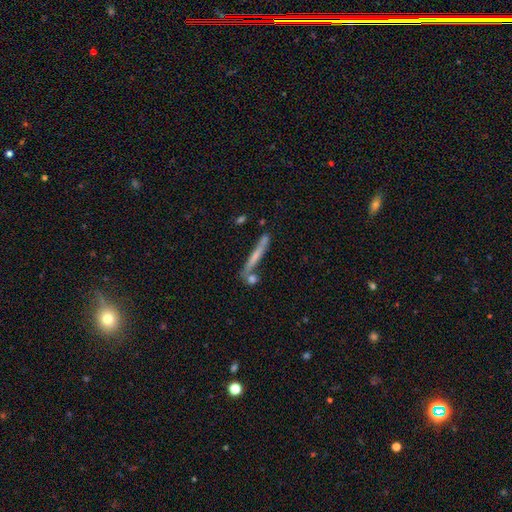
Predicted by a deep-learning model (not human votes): Smooth or featured? Predicted: featured or disk (p=0.49). Merging? Predicted: none (p=0.73).